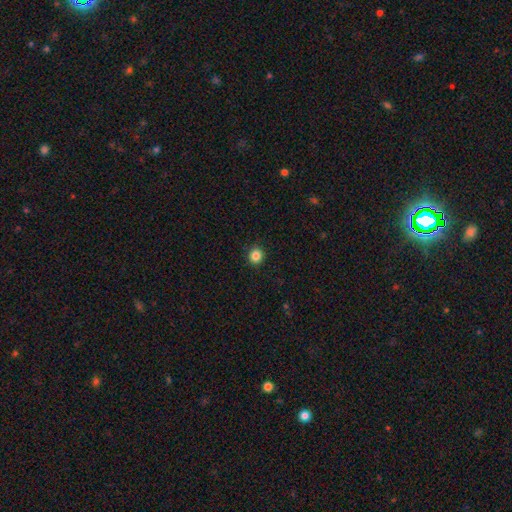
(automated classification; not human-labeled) This appears to be a smooth galaxy with no disk features (85%) that is round (89%). Merging: none (92%).